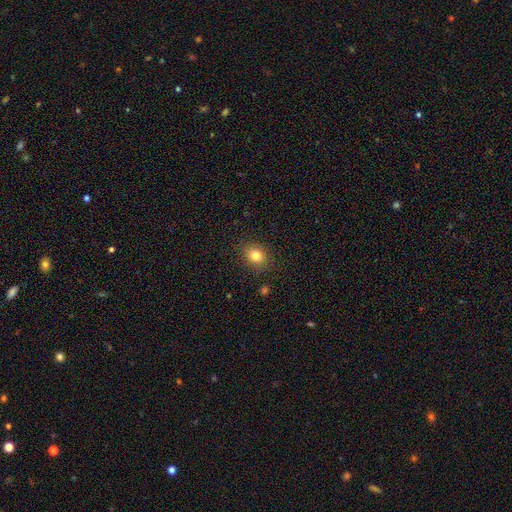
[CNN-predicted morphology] smooth_or_featured: smooth (p=0.81) [alt: star or artifact p=0.12]
how_rounded: round (p=0.60) [alt: in between p=0.39]
merging: none (p=0.87) [alt: minor disturbance p=0.09]